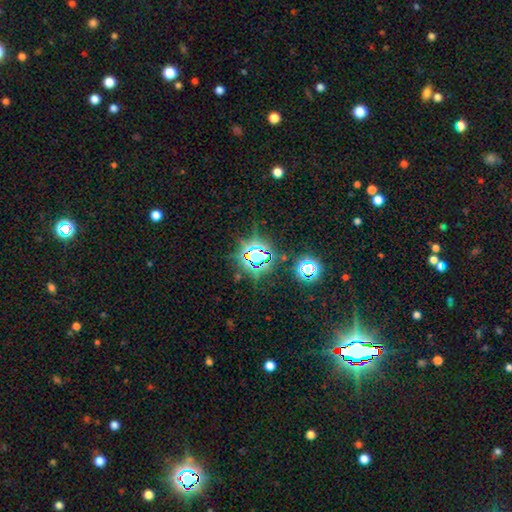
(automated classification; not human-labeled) Q: Smooth or featured?
A: star or artifact (76%); runner-up: smooth (14%)